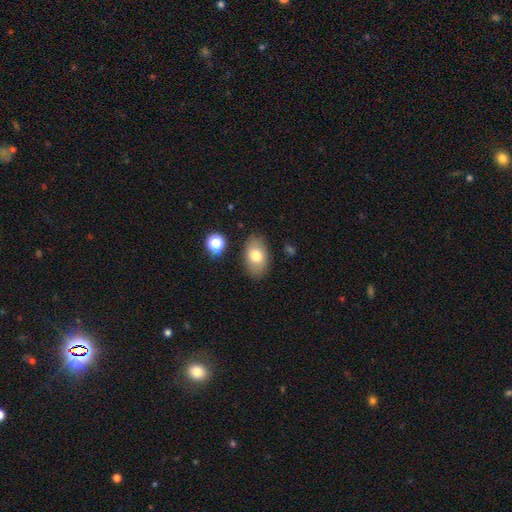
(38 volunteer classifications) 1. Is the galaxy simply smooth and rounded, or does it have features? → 87% smooth, 8% featured or disk, 5% star or artifact.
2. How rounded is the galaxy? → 91% in between, 9% round, 0% cigar-shaped.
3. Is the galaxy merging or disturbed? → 81% none, 17% minor disturbance, 3% major disturbance, 0% merger.